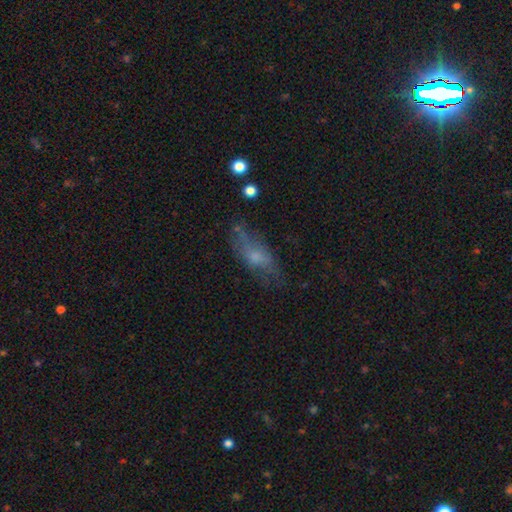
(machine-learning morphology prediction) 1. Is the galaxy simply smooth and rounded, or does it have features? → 51% smooth, 37% featured or disk, 12% star or artifact.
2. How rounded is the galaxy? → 68% in between, 27% cigar-shaped, 4% round.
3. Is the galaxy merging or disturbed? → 52% none, 26% minor disturbance, 18% major disturbance, 4% merger.